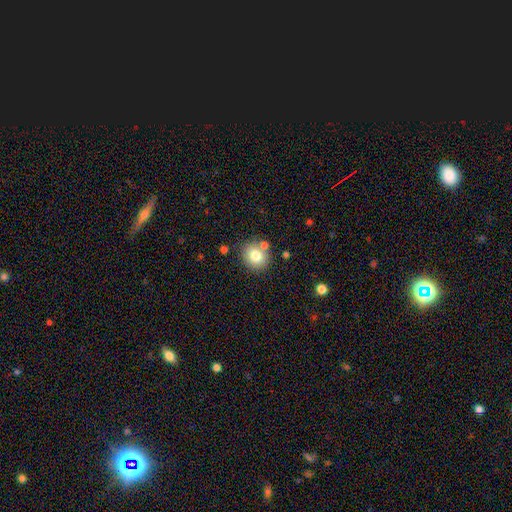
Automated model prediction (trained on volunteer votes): Overall: smooth (78%). How rounded: round (83%). Merging: none (76%).